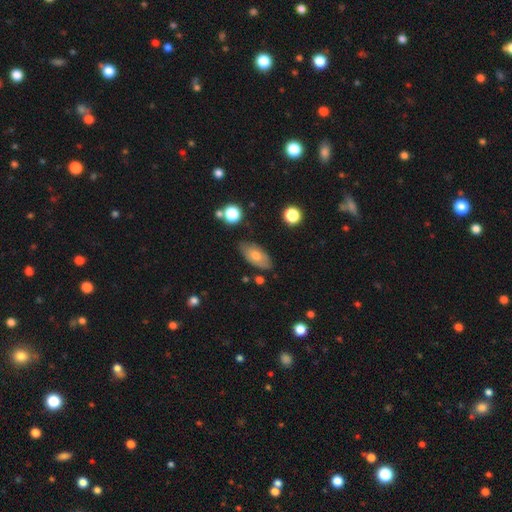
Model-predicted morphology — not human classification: Q: Smooth or featured?
A: smooth (67%); runner-up: featured or disk (25%)
Q: How rounded?
A: in between (90%); runner-up: cigar-shaped (6%)
Q: Merging?
A: none (78%); runner-up: minor disturbance (16%)